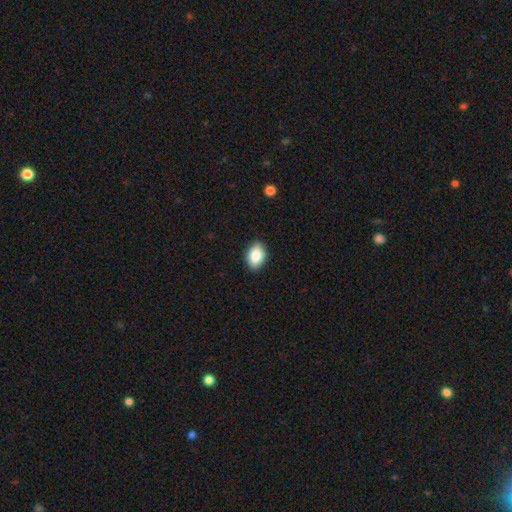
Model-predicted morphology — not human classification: Q: Smooth or featured?
A: smooth (85%); runner-up: star or artifact (8%)
Q: How rounded?
A: in between (80%); runner-up: round (18%)
Q: Merging?
A: none (87%); runner-up: minor disturbance (10%)